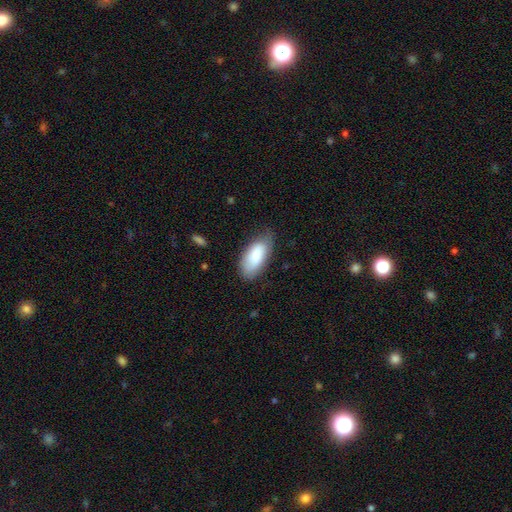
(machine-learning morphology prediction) Smooth or featured: smooth — 83% (featured or disk — 11%)
How rounded: in between — 89% (cigar-shaped — 9%)
Merging: none — 71% (minor disturbance — 23%)